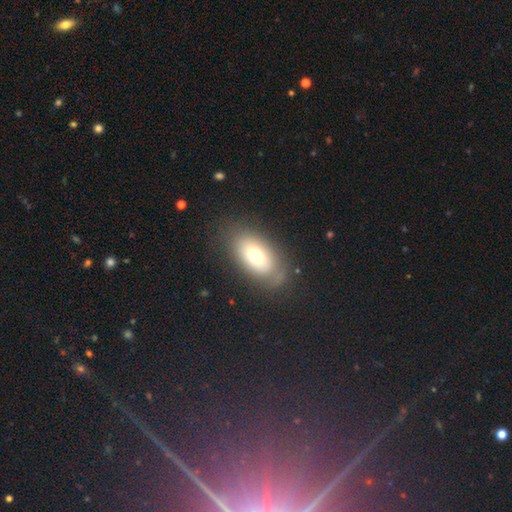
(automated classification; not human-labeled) smooth-or-featured: smooth: 67% | featured or disk: 24% | star or artifact: 9%
  how-rounded: in between: 91% | round: 7% | cigar-shaped: 3%
  merging: none: 75% | minor disturbance: 16% | major disturbance: 7% | merger: 2%